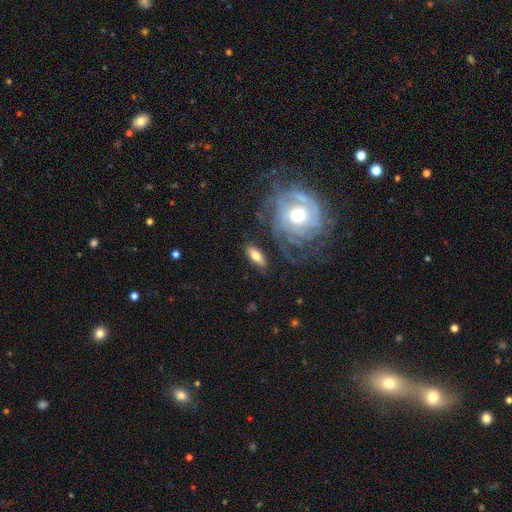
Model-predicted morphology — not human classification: Smooth or featured: smooth — 60% (featured or disk — 34%)
How rounded: in between — 69% (cigar-shaped — 26%)
Merging: none — 77% (minor disturbance — 13%)